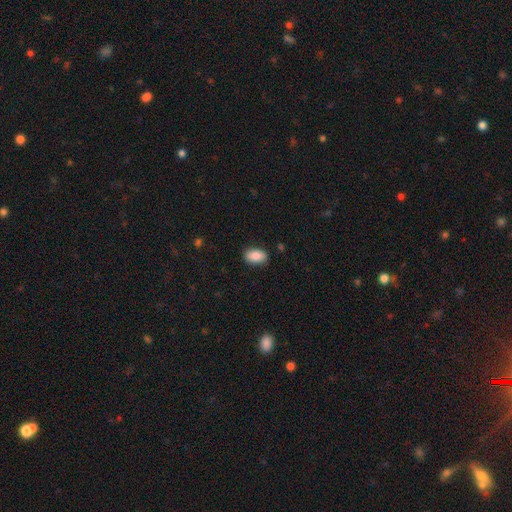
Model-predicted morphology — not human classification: Smooth or featured? Predicted: smooth (p=0.85). How rounded? Predicted: in between (p=0.91). Merging? Predicted: none (p=0.85).